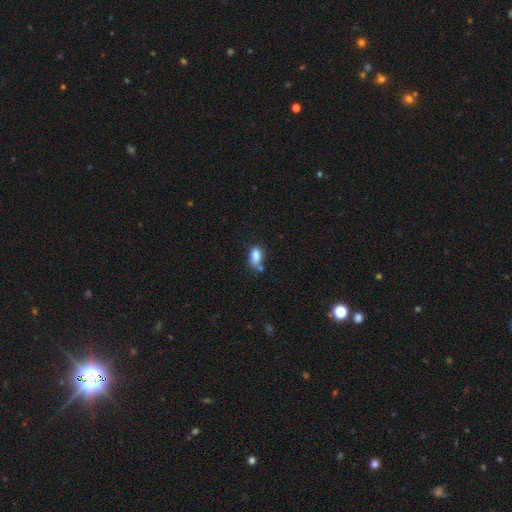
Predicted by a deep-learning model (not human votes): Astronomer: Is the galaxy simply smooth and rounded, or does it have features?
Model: smooth — 84%.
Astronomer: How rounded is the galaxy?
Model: in between — 87%.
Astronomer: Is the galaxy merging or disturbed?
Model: none — 55%.